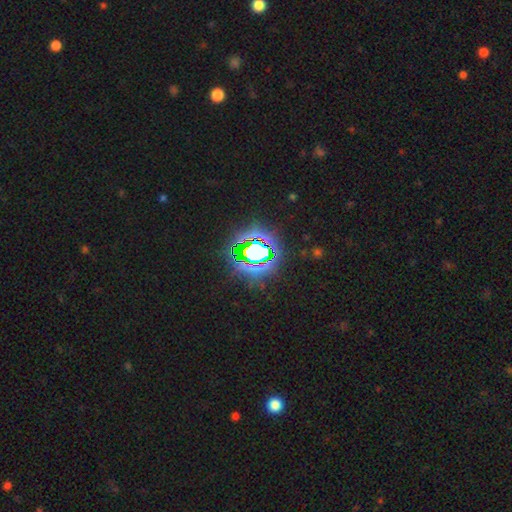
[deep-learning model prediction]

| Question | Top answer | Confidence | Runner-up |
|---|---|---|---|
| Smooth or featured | star or artifact | 71% | smooth (17%) |